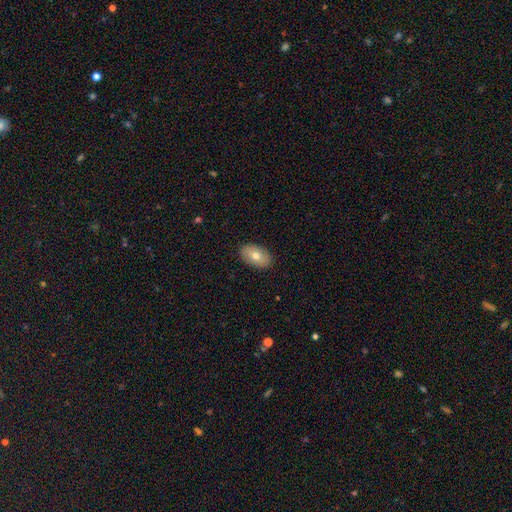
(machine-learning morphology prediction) Smooth or featured?
  - smooth: 73% *
  - featured or disk: 20%
  - star or artifact: 7%
How rounded?
  - in between: 92% *
  - round: 6%
  - cigar-shaped: 1%
Merging?
  - none: 89% *
  - minor disturbance: 8%
  - major disturbance: 2%
  - merger: 1%